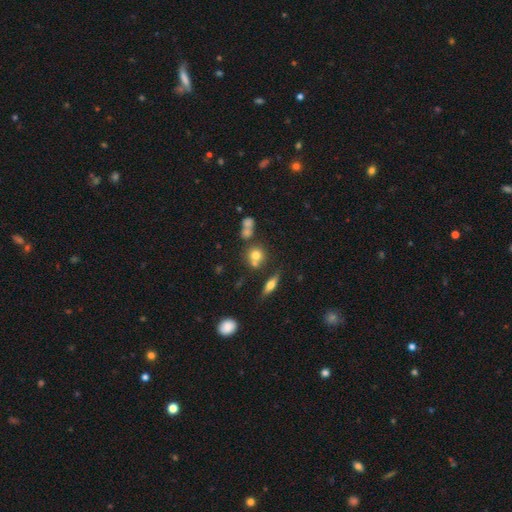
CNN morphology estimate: smooth-or-featured: smooth: 70% | featured or disk: 16% | star or artifact: 13%
  how-rounded: round: 82% | in between: 16% | cigar-shaped: 2%
  merging: none: 52% | merger: 32% | minor disturbance: 11% | major disturbance: 5%